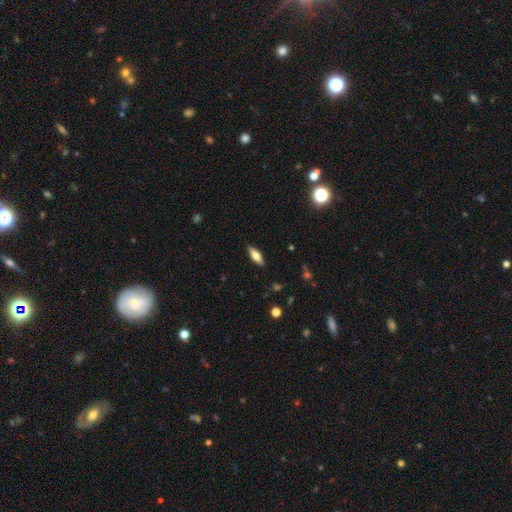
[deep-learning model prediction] This is likely a smooth galaxy (63%). How rounded: likely in between (63%). Merging: clearly none (88%).